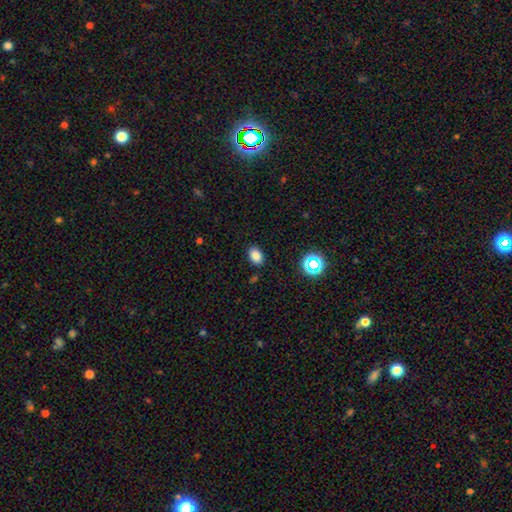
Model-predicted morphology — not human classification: This appears to be a smooth galaxy with no disk features (82%) that is in between round and cigar-shaped (85%). Merging: none (87%).